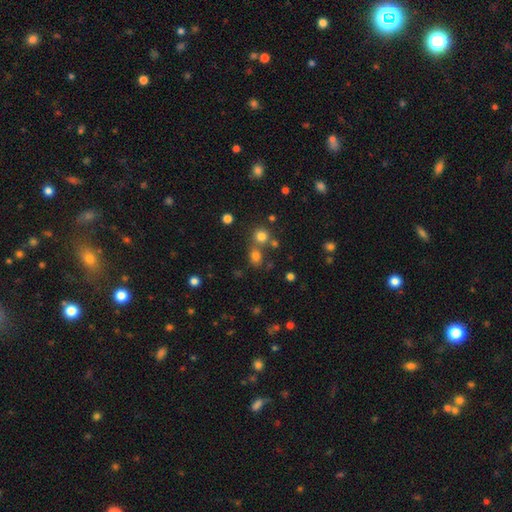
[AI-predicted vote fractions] Overall: smooth (74%). How rounded: round (65%; in between 34%). Merging: none (61%; merger 26%).